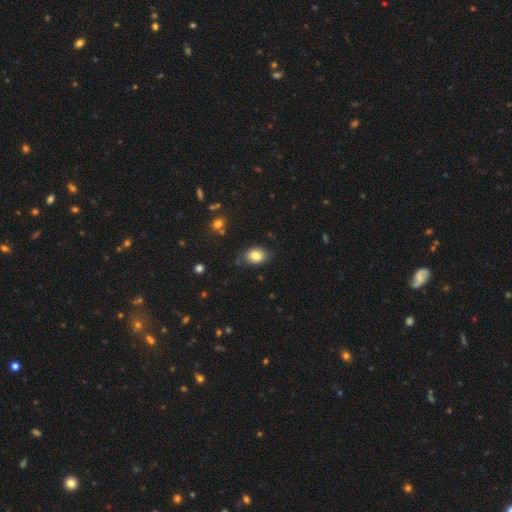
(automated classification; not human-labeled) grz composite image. It shows a smooth galaxy with no disk features (84%) that is in between round and cigar-shaped (72%). Merging: none (76%).